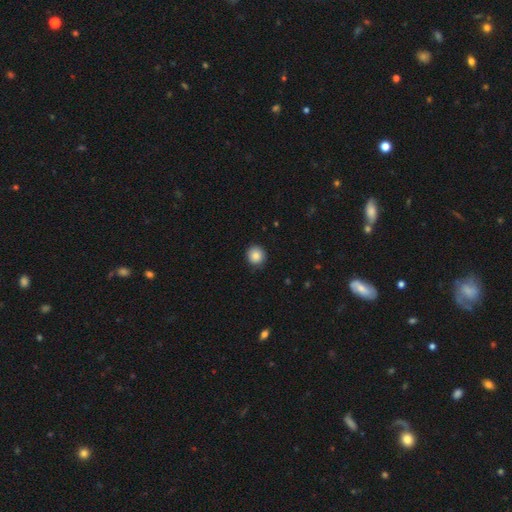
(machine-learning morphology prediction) Smooth or featured? Predicted: smooth (p=0.86). How rounded? Predicted: round (p=0.92). Merging? Predicted: none (p=0.89).